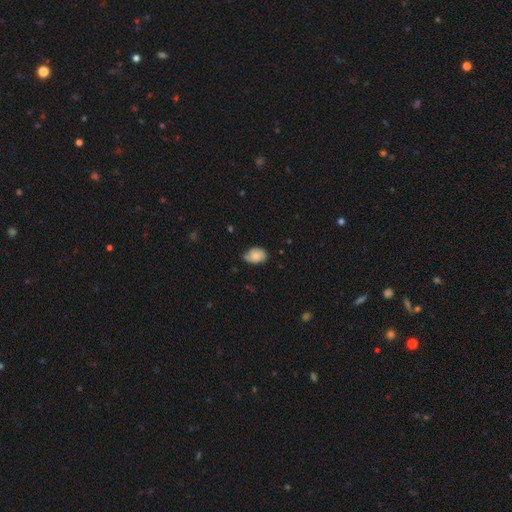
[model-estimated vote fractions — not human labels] smooth 71%, featured or disk 21%, star or artifact 8%. Down the decision tree: how rounded — in between (76%); merging — none (58%).